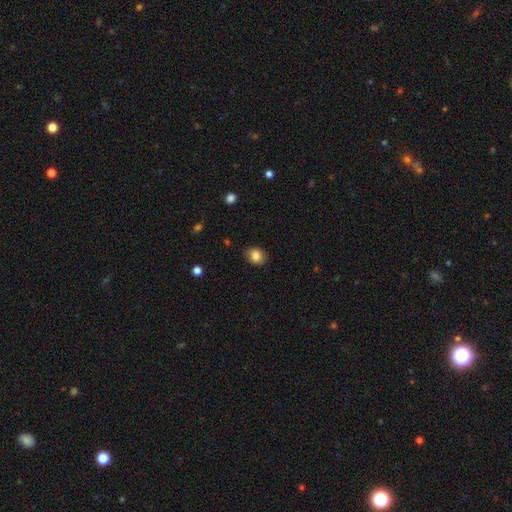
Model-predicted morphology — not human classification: The model was most divided on "how rounded": round: 51%, in between: 48%, cigar-shaped: 1%. More confident: merging — none (86%); smooth or featured — smooth (83%).